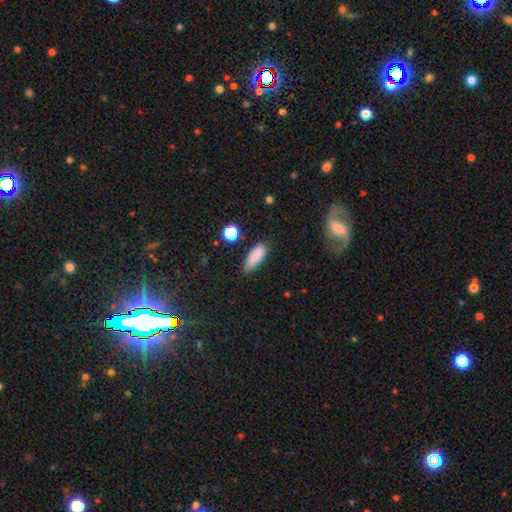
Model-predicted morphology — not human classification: This is clearly a smooth galaxy (86%). How rounded: likely in between (67%). Merging: likely none (75%).